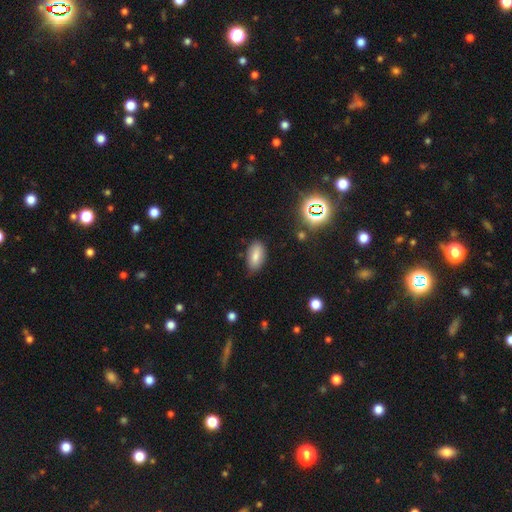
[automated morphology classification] Smooth or featured: smooth — 79% (star or artifact — 11%)
How rounded: in between — 91% (cigar-shaped — 5%)
Merging: none — 77% (minor disturbance — 18%)